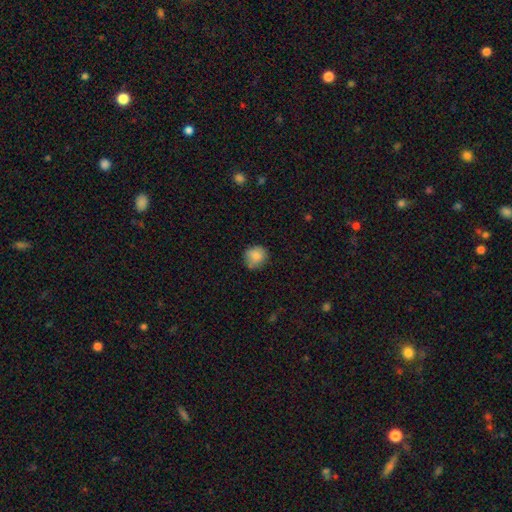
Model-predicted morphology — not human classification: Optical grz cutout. It shows a smooth galaxy with no disk features (84%) that is round (83%). Merging: none (73%).